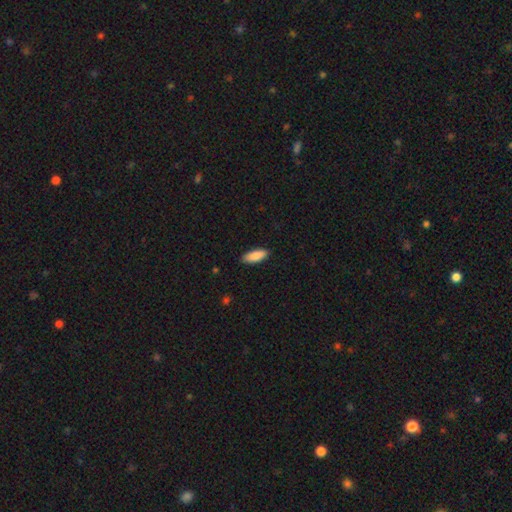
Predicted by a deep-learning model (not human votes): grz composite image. It shows a smooth galaxy with no disk features (89%) that is in between round and cigar-shaped (73%). Merging: none (89%).